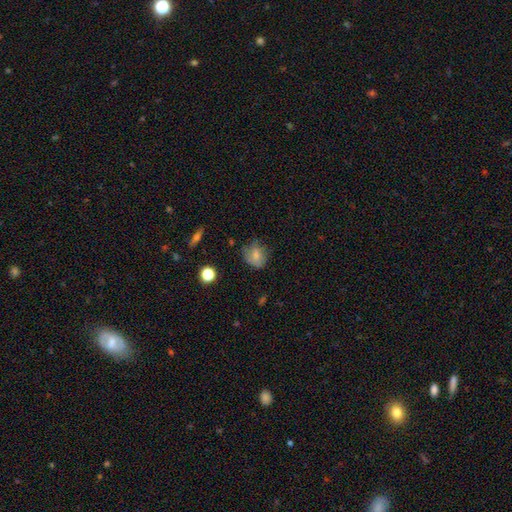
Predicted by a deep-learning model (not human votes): Smooth or featured? Predicted: smooth (p=0.72). How rounded? Predicted: round (p=0.58). Merging? Predicted: none (p=0.56).